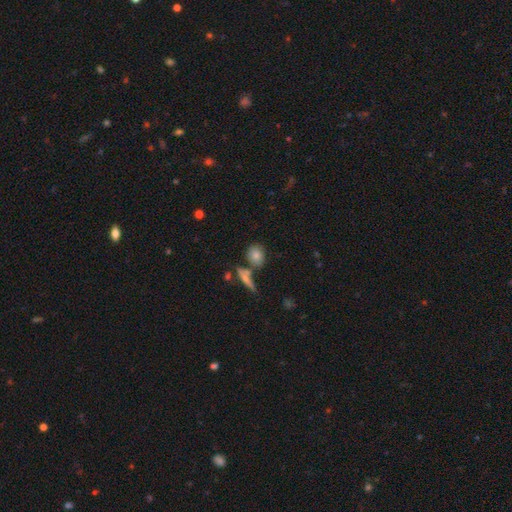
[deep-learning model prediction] A smooth galaxy with no disk features (68%) that is round (68%). Merging: none (68%).